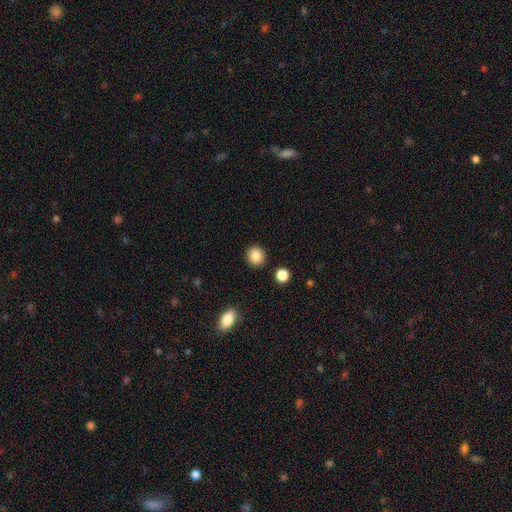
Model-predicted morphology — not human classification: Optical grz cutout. It shows a smooth galaxy with no disk features (87%) that is round (88%). Merging: none (91%).